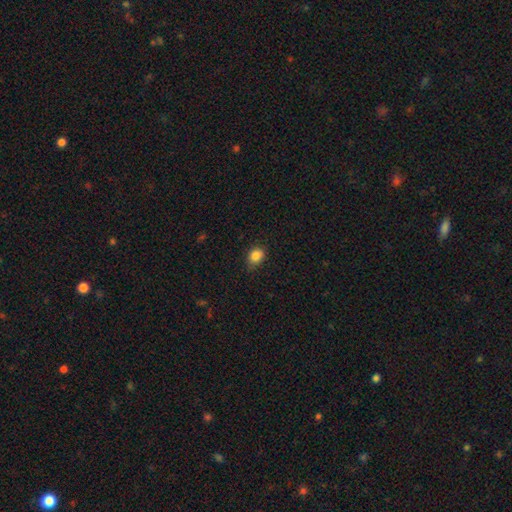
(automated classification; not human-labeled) Overall: smooth (85%). How rounded: round (55%; in between 44%). Merging: none (77%).